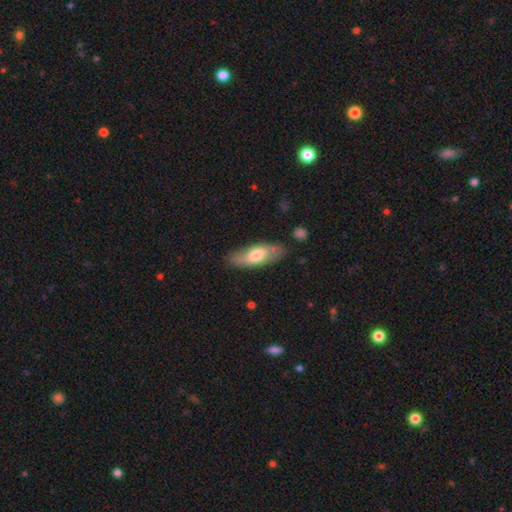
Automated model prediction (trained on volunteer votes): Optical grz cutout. It shows a smooth galaxy with no disk features (59%) that is in between round and cigar-shaped (70%). Merging: none (76%).